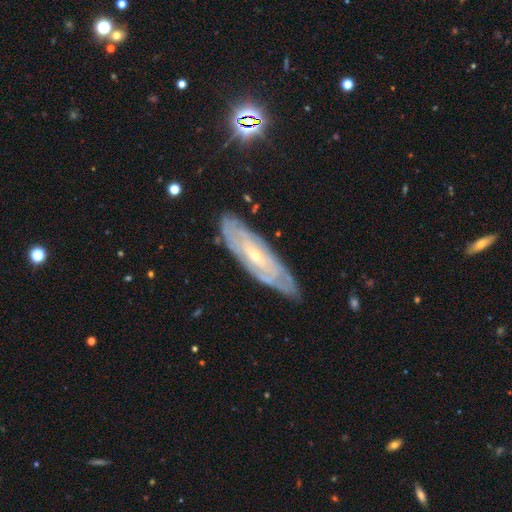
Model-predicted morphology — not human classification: Overall: featured or disk (79%). Edge-on disk: no (75%). Bar: no (56%; weak 33%). Spiral arms: yes (85%). Bulge size: small (70%). Merging: none (80%).